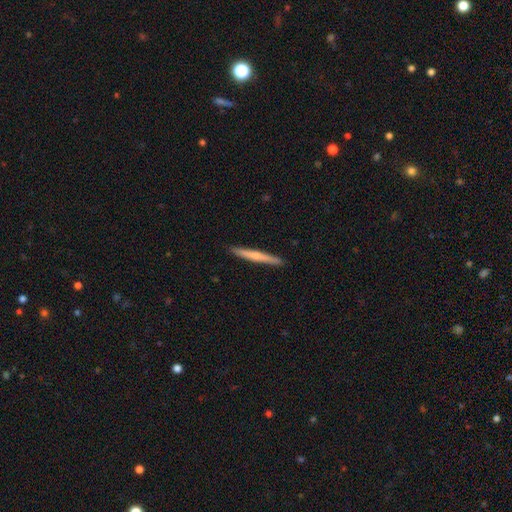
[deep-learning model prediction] smooth-or-featured: smooth: 56% | featured or disk: 39% | star or artifact: 5%
  how-rounded: cigar-shaped: 96% | in between: 2% | round: 1%
  merging: none: 91% | minor disturbance: 6% | major disturbance: 1% | merger: 1%